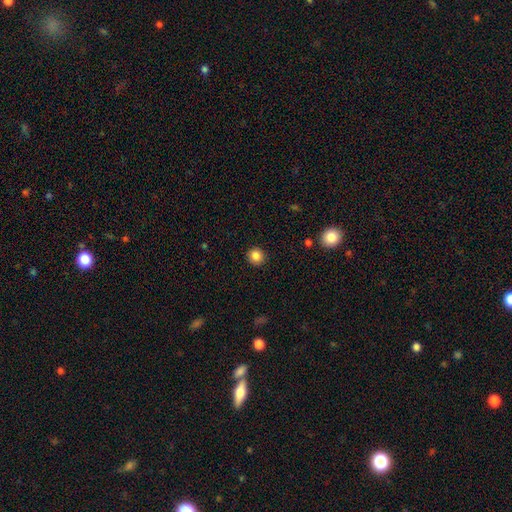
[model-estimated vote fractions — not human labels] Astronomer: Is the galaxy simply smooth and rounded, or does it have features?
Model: smooth — 86%.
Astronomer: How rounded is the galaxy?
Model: round — 91%.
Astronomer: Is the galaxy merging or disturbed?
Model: none — 92%.